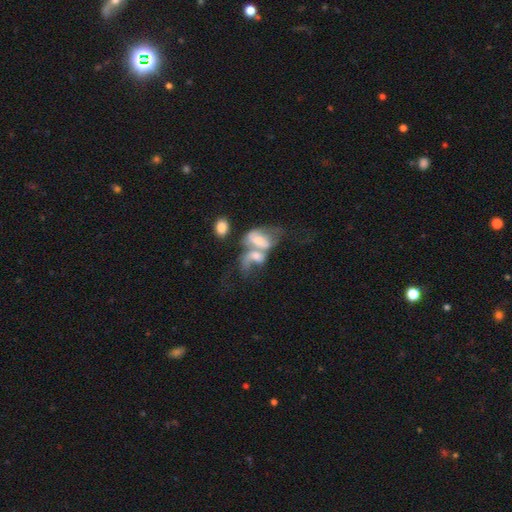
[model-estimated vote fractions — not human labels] A featured or disk galaxy (54%) with no bar (59%), spiral arms (55%) and a moderate central bulge (46%).

Vote fractions:
- Smooth or featured? featured or disk: 54% / smooth: 37% / star or artifact: 9%
- Edge-on disk? no: 95% / yes: 5%
- Bar? no: 59% / weak: 28% / strong: 13%
- Spiral arms? yes: 55% / no: 45%
- Bulge size? moderate: 46% / small: 31% / large: 11% / none: 10% / dominant: 3%
- Merging? merger: 73% / major disturbance: 14% / none: 8% / minor disturbance: 5%